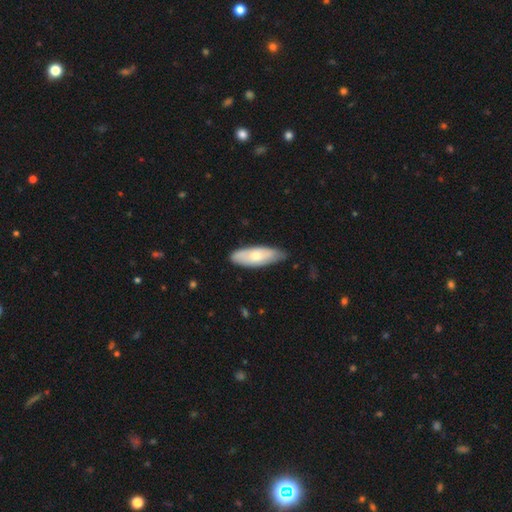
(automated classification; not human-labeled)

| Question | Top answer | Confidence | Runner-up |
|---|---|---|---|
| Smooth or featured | smooth | 65% | featured or disk (30%) |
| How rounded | in between | 68% | cigar-shaped (30%) |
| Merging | none | 76% | minor disturbance (20%) |